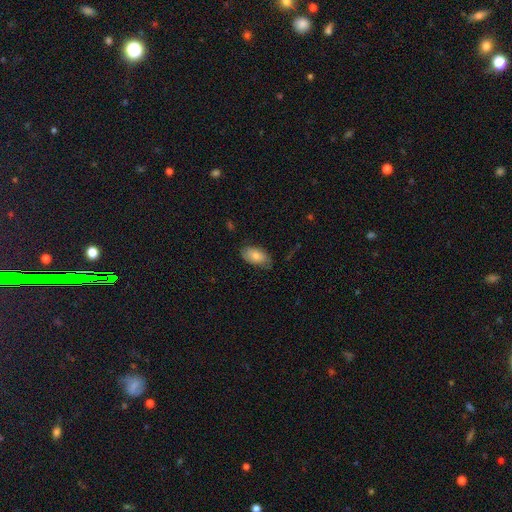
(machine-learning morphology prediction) Smooth or featured?
  - smooth: 80% *
  - featured or disk: 13%
  - star or artifact: 7%
How rounded?
  - in between: 94% *
  - round: 4%
  - cigar-shaped: 3%
Merging?
  - none: 73% *
  - minor disturbance: 22%
  - major disturbance: 4%
  - merger: 1%